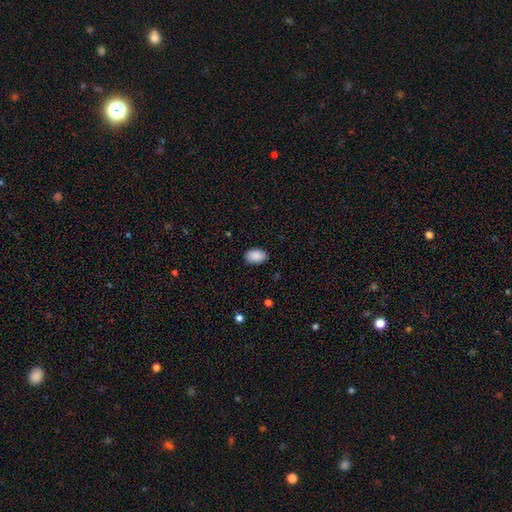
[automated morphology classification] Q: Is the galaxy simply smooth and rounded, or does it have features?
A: smooth — 90%.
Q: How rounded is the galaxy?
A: in between — 89%.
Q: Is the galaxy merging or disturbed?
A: none — 87%.